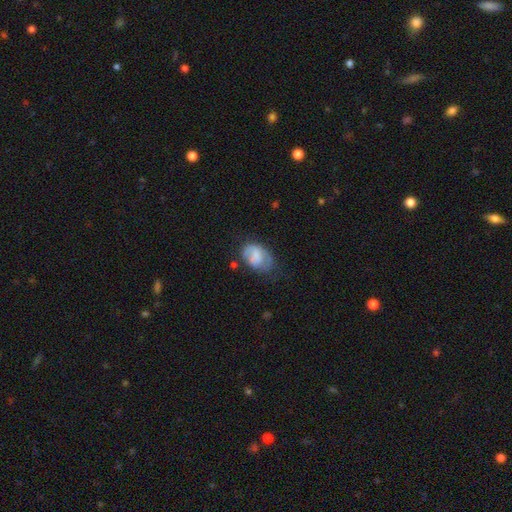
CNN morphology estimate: The model was most divided on "merging": none: 43%, minor disturbance: 33%, major disturbance: 20%, merger: 5%. More confident: how rounded — in between (81%); smooth or featured — smooth (61%).